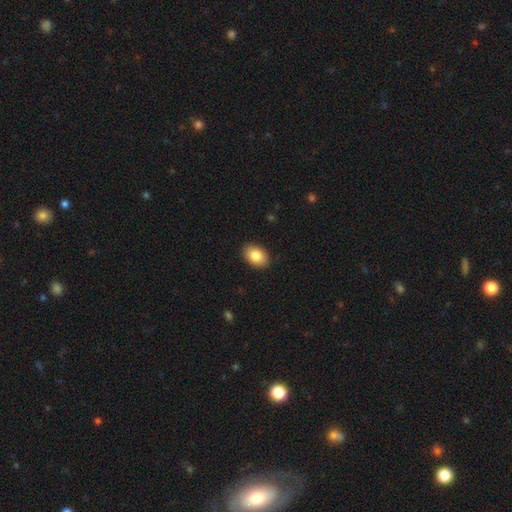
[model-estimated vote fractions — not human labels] smooth_or_featured: smooth (p=0.85) [alt: featured or disk p=0.08]
how_rounded: in between (p=0.87) [alt: round p=0.12]
merging: none (p=0.90) [alt: minor disturbance p=0.07]